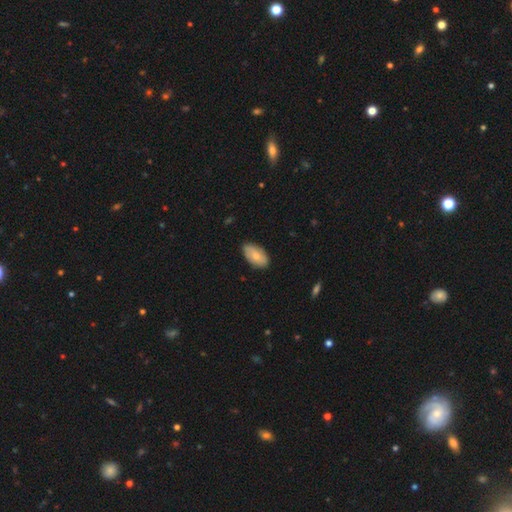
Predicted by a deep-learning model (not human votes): smooth 78%, featured or disk 16%, star or artifact 6%. Down the decision tree: how rounded — in between (95%); merging — none (81%).